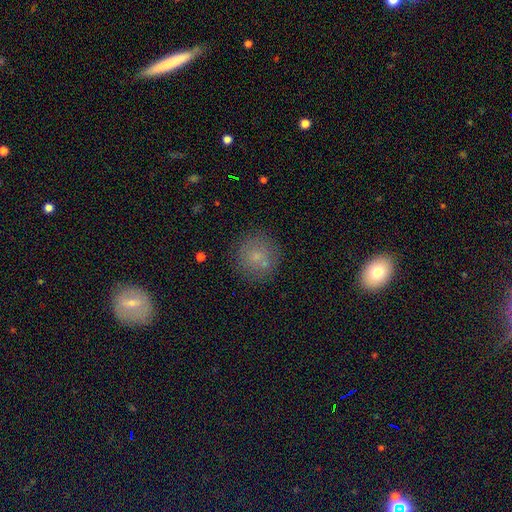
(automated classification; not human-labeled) Smooth or featured: smooth — 69% (star or artifact — 16%)
How rounded: round — 93% (in between — 6%)
Merging: none — 78% (minor disturbance — 11%)